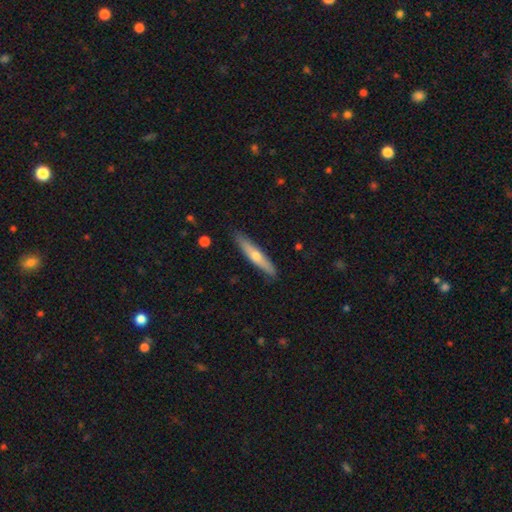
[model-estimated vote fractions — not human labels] Smooth or featured? Predicted: smooth (p=0.48). Merging? Predicted: none (p=0.88).